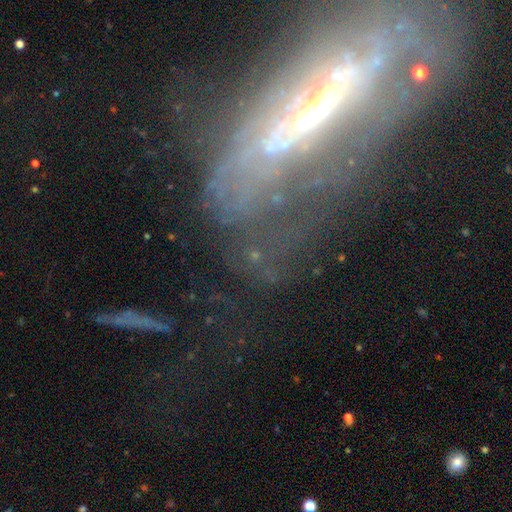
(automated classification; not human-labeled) Overall: star or artifact (44%; featured or disk 35%).